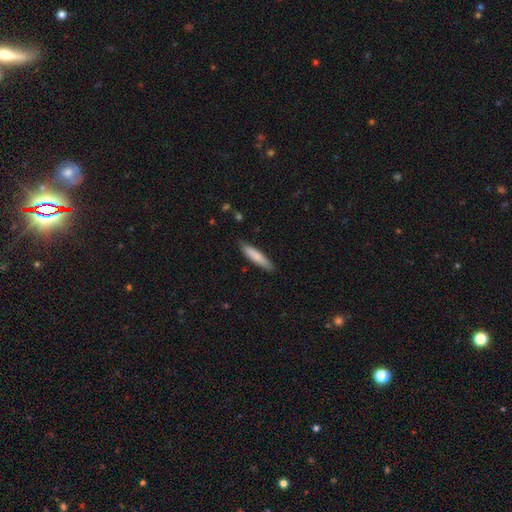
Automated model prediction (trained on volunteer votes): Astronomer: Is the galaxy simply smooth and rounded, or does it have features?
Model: smooth — 80%.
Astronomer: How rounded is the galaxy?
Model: cigar-shaped — 85%.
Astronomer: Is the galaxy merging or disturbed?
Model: none — 85%.